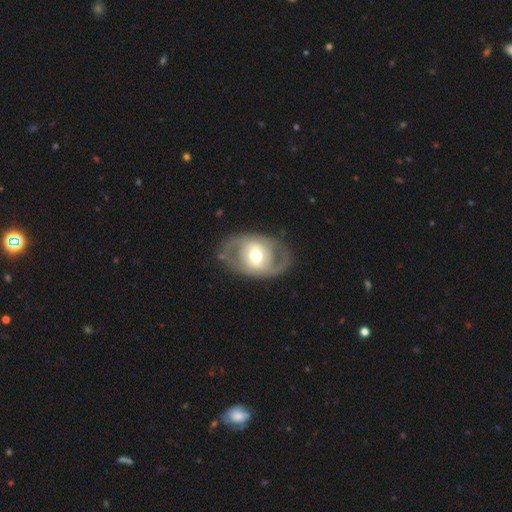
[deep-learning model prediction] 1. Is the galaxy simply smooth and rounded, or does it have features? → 67% featured or disk, 28% smooth, 5% star or artifact.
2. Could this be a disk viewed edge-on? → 93% no, 7% yes.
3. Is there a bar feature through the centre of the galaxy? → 46% no, 32% weak, 22% strong.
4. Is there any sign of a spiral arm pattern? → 55% no, 45% yes.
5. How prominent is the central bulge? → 67% moderate, 16% large, 15% small, 1% dominant, 1% none.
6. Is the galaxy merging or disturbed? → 76% none, 14% minor disturbance, 9% major disturbance, 2% merger.